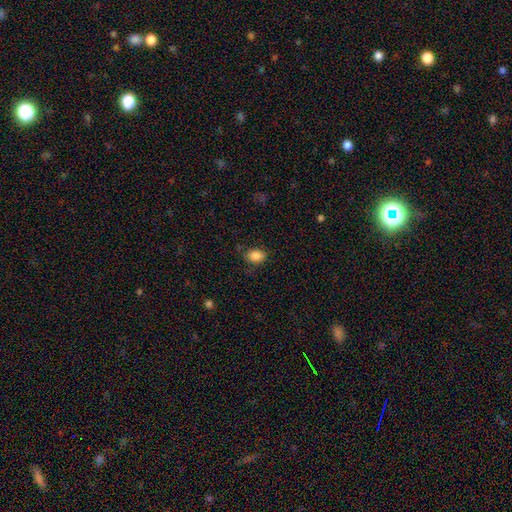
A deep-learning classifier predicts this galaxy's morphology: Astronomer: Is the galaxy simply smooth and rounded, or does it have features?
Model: smooth — 86%.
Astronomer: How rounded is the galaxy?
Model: in between — 71%.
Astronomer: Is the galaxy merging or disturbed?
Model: none — 75%.